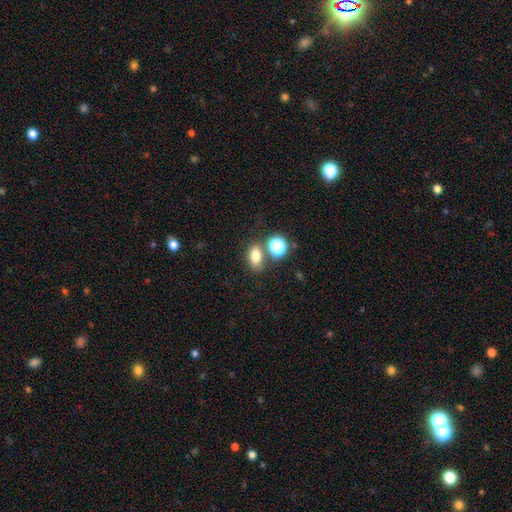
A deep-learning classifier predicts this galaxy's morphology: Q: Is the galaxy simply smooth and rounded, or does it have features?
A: smooth — 76%.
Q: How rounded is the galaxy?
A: in between — 74%.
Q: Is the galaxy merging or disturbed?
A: none — 66%.